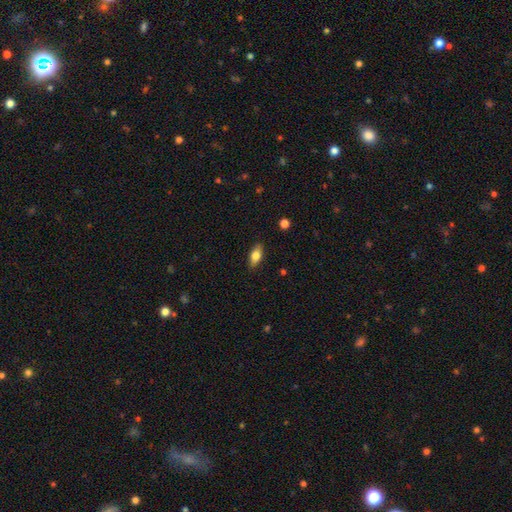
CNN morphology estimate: smooth 72%, featured or disk 21%, star or artifact 7%. Down the decision tree: how rounded — in between (81%); merging — none (88%).